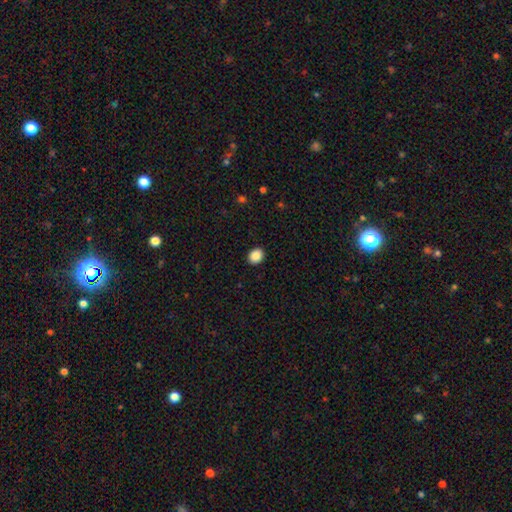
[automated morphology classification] The model was most divided on "how rounded": round: 55%, in between: 45%, cigar-shaped: 1%. More confident: merging — none (91%); smooth or featured — smooth (88%).